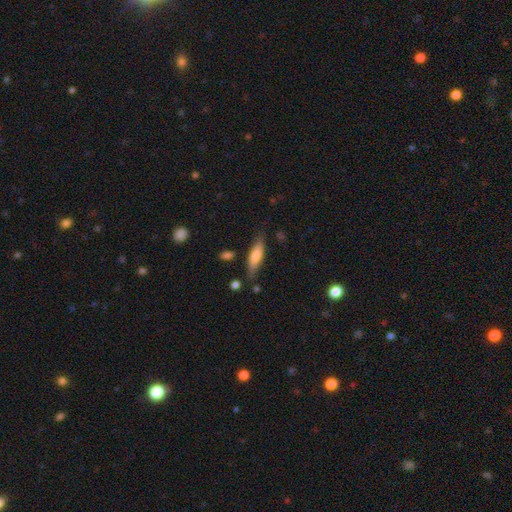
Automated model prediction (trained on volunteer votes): A smooth galaxy with no disk features (66%) that is cigar-shaped (56%). Merging: none (73%).